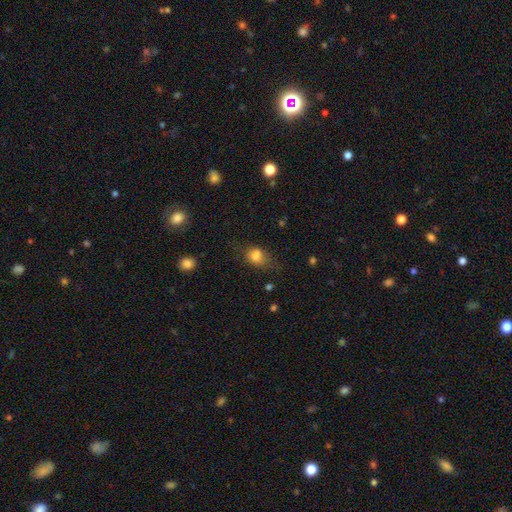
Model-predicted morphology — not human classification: This is likely a smooth galaxy (76%). How rounded: possibly in between (57%). Merging: possibly none (47%).